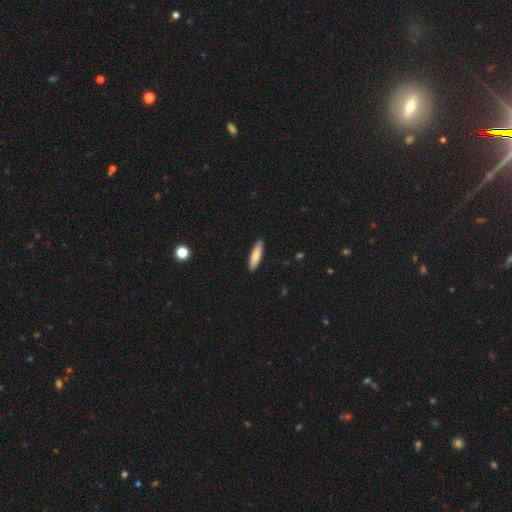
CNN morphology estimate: smooth 78%, featured or disk 16%, star or artifact 6%. Down the decision tree: how rounded — cigar-shaped (72%); merging — none (89%).